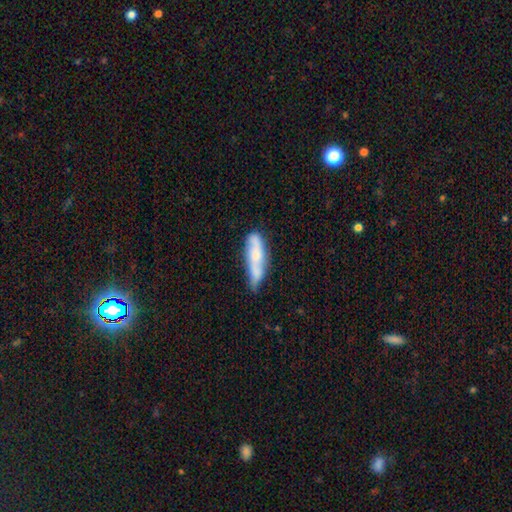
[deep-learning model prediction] Smooth or featured?
  - smooth: 52% *
  - featured or disk: 41%
  - star or artifact: 7%
How rounded?
  - cigar-shaped: 54% *
  - in between: 44%
  - round: 2%
Merging?
  - none: 55% *
  - minor disturbance: 32%
  - major disturbance: 8%
  - merger: 6%